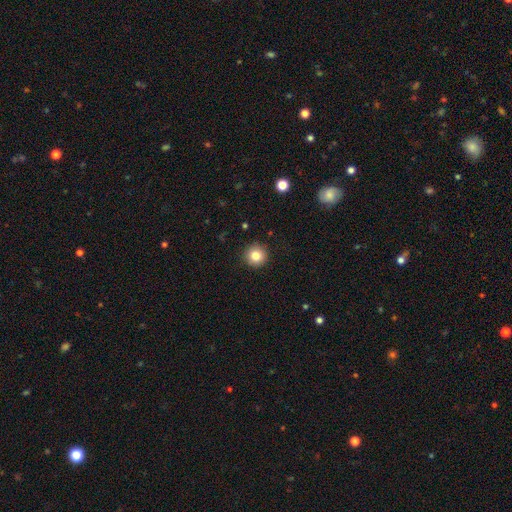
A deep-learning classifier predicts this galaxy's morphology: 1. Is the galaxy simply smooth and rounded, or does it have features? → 83% smooth, 10% star or artifact, 7% featured or disk.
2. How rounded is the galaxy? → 95% round, 4% in between, 1% cigar-shaped.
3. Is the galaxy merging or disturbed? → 92% none, 5% minor disturbance, 2% major disturbance, 1% merger.